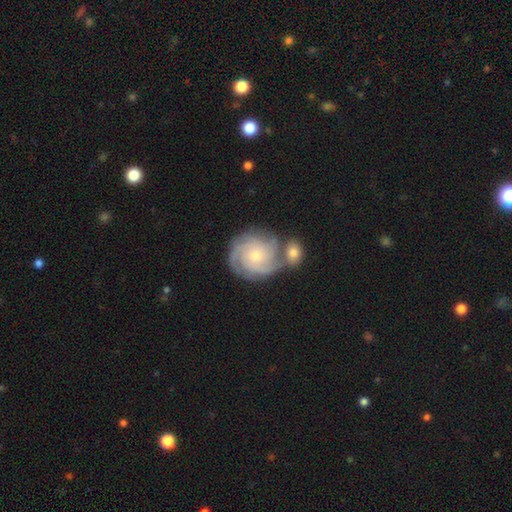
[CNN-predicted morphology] Smooth or featured? featured or disk (82%)
Edge-on disk? no (98%)
Bar? no (77%)
Spiral arms? yes (96%)
Spiral winding? tight (69%)
Spiral arm count? 3 (35%)
Bulge size? small (61%)
Merging? none (55%)